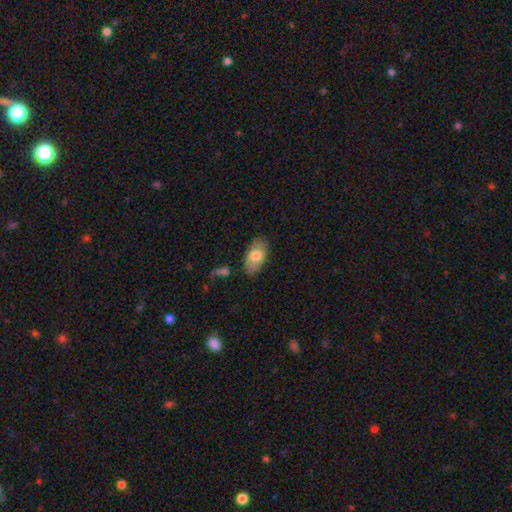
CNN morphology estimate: smooth_or_featured: smooth (p=0.73) [alt: featured or disk p=0.21]
how_rounded: in between (p=0.93) [alt: round p=0.04]
merging: none (p=0.82) [alt: minor disturbance p=0.13]